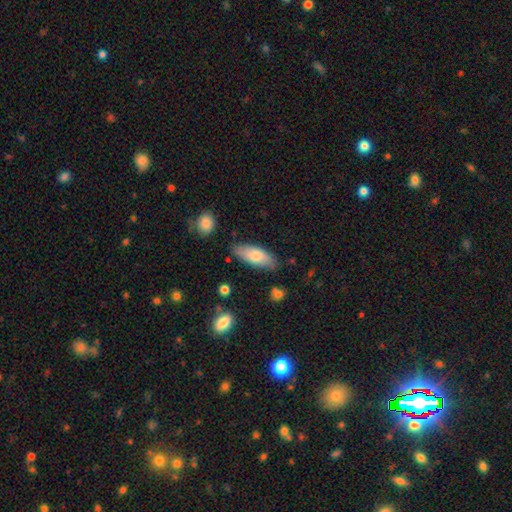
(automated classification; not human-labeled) Morphology: type=smooth (74%); roundness=in between (76%); merging=none (77%).